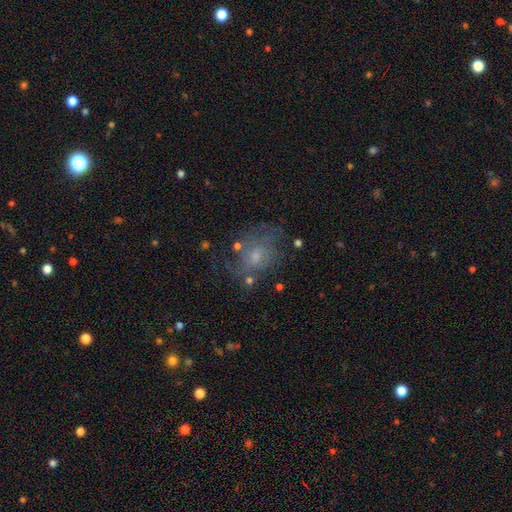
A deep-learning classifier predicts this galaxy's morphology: Smooth or featured? Predicted: featured or disk (p=0.44). Merging? Predicted: none (p=0.55).